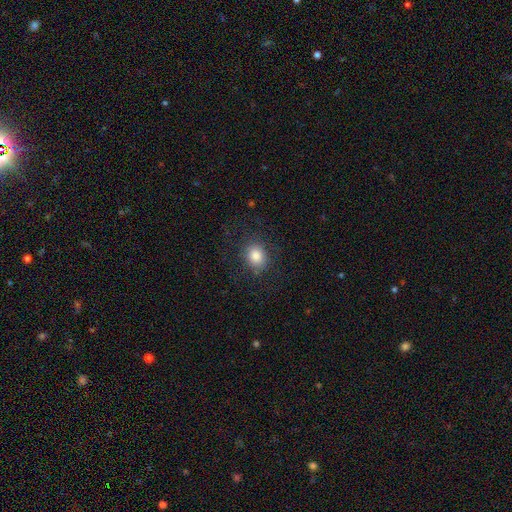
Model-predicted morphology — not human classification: Smooth or featured?
  - smooth: 83% *
  - star or artifact: 9%
  - featured or disk: 8%
How rounded?
  - round: 59% *
  - in between: 40%
  - cigar-shaped: 1%
Merging?
  - none: 80% *
  - minor disturbance: 12%
  - major disturbance: 7%
  - merger: 1%